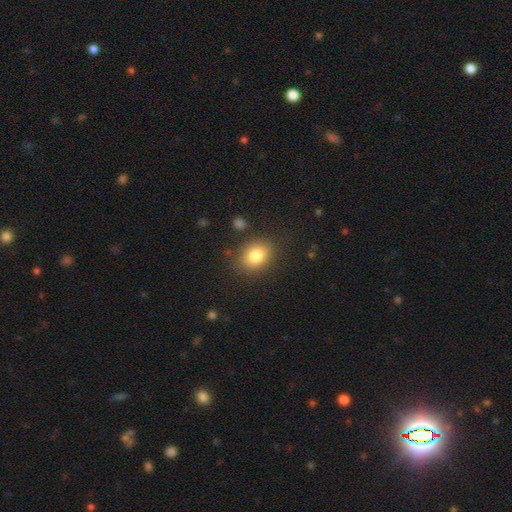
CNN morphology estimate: Smooth or featured? Predicted: smooth (p=0.83). How rounded? Predicted: in between (p=0.52). Merging? Predicted: none (p=0.84).